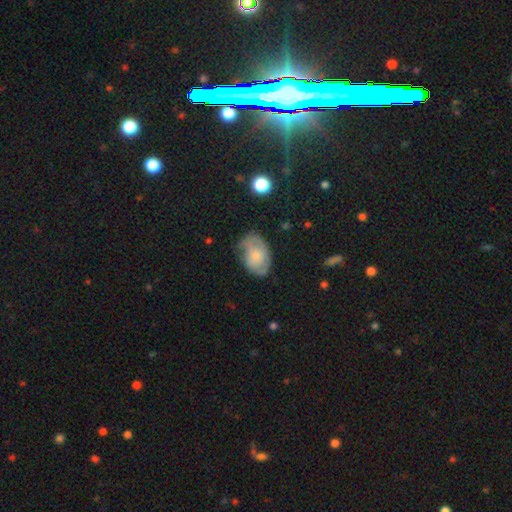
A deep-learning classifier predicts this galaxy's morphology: This is possibly a smooth galaxy (49%). Merging: possibly none (54%).